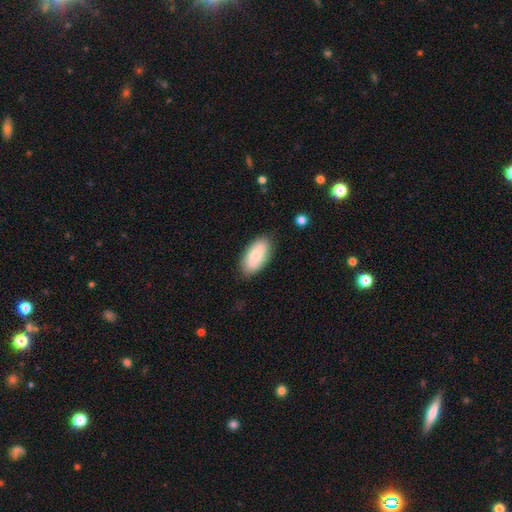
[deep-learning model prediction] Smooth or featured? Predicted: smooth (p=0.76). How rounded? Predicted: in between (p=0.93). Merging? Predicted: none (p=0.84).